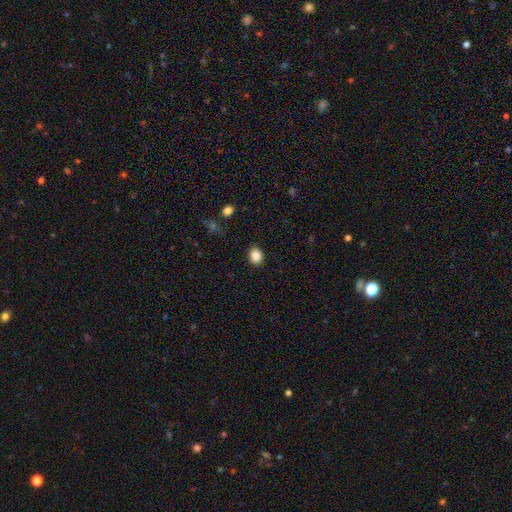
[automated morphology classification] This appears to be a smooth galaxy with no disk features (88%) that is round (53%). Merging: none (89%).